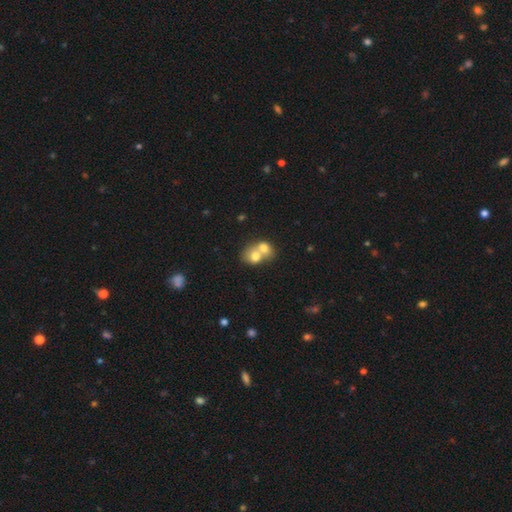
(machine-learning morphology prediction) Q: Smooth or featured?
A: smooth (70%); runner-up: featured or disk (22%)
Q: How rounded?
A: round (59%); runner-up: in between (40%)
Q: Merging?
A: merger (76%); runner-up: none (17%)